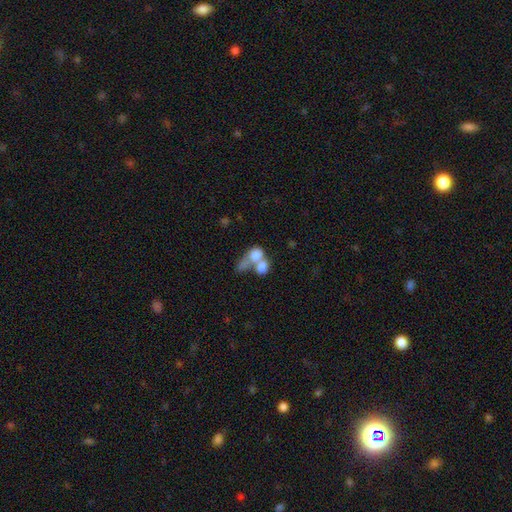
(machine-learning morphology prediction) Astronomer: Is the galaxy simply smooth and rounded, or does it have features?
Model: smooth — 72%.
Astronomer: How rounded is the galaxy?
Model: in between — 52% (runner-up: round, 45%).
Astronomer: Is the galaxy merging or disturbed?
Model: merger — 71%.